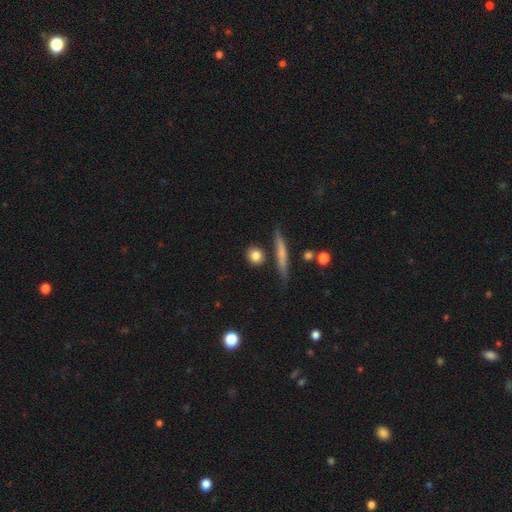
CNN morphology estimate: Overall: smooth (80%). How rounded: round (72%). Merging: none (78%).